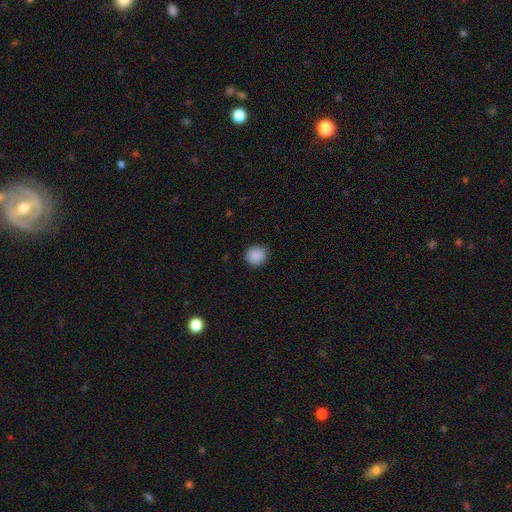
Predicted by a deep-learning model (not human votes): A smooth galaxy with no disk features (89%) that is round (83%). Merging: none (87%).